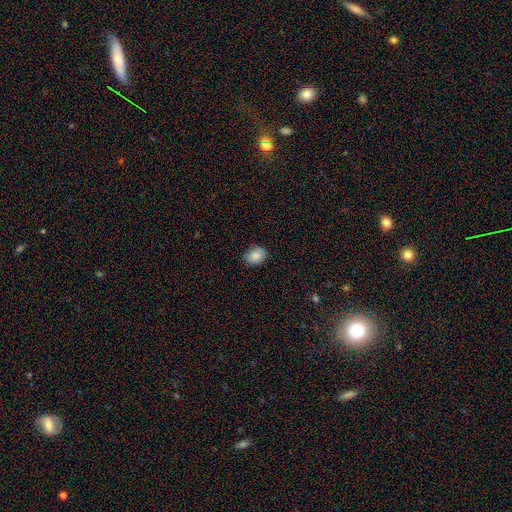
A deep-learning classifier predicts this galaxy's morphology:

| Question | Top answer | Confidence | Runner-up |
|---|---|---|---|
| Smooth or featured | smooth | 84% | featured or disk (8%) |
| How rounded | in between | 60% | round (39%) |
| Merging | none | 81% | minor disturbance (16%) |